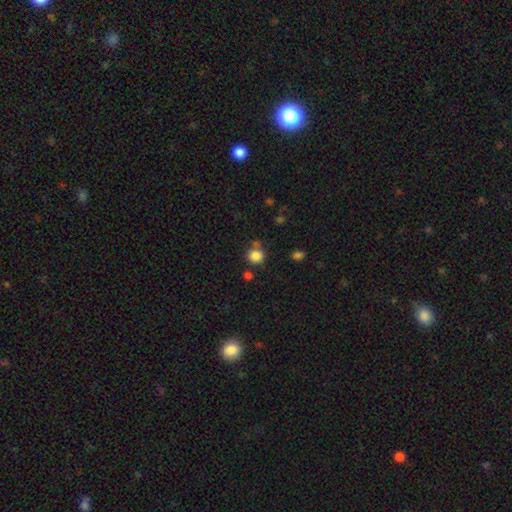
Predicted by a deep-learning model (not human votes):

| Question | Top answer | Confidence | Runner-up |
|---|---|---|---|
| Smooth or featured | smooth | 84% | star or artifact (11%) |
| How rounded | round | 84% | in between (15%) |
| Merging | none | 73% | merger (12%) |